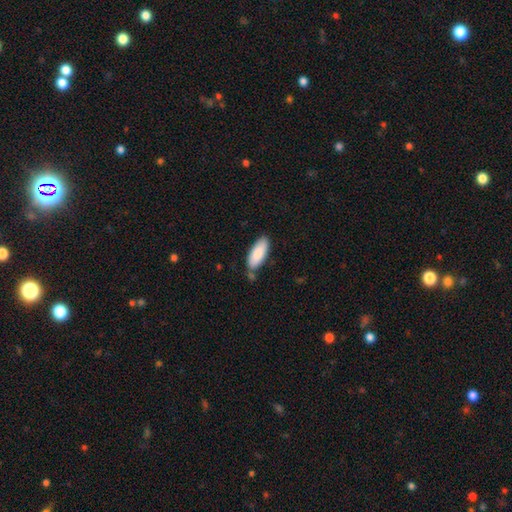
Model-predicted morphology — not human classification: Smooth or featured?
  - smooth: 86% *
  - featured or disk: 8%
  - star or artifact: 6%
How rounded?
  - in between: 80% *
  - cigar-shaped: 18%
  - round: 2%
Merging?
  - none: 74% *
  - minor disturbance: 16%
  - merger: 7%
  - major disturbance: 3%